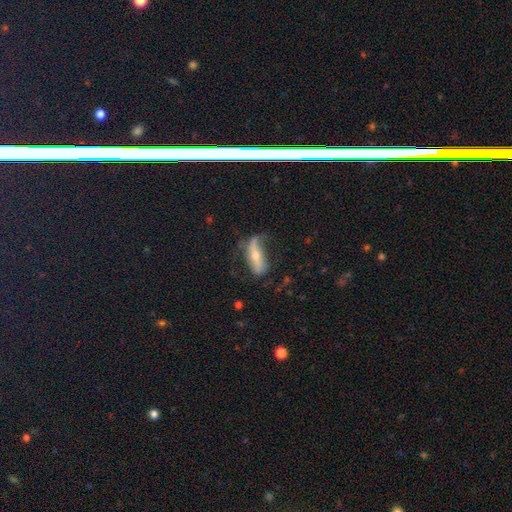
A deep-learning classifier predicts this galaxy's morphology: type=featured or disk (58%); edge-on=no (63%); merging=none (50%).